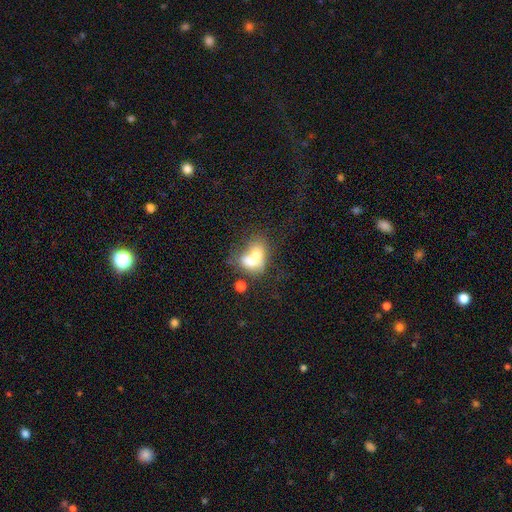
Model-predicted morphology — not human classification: smooth_or_featured: smooth (p=0.61) [alt: featured or disk p=0.29]
how_rounded: in between (p=0.62) [alt: round p=0.36]
merging: merger (p=0.68) [alt: none p=0.17]